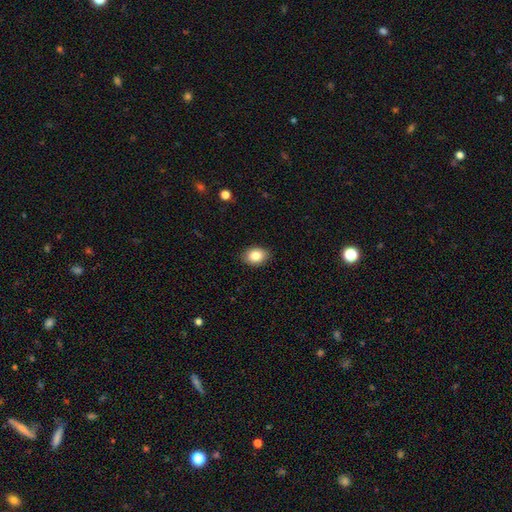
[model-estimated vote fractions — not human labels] Overall: smooth (85%). How rounded: in between (74%). Merging: none (89%).